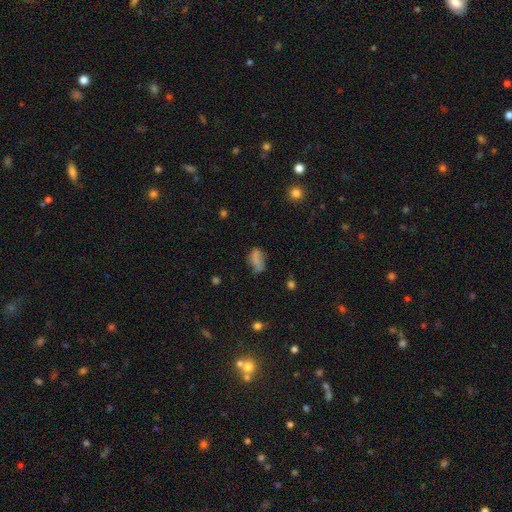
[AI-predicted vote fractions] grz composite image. It shows a smooth galaxy with no disk features (64%) that is in between round and cigar-shaped (84%). Merging: none (52%).